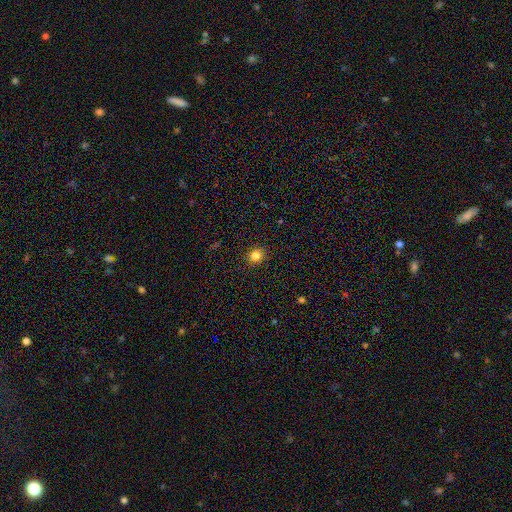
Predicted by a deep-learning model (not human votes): This is clearly a smooth galaxy (82%). How rounded: likely round (79%). Merging: clearly none (91%).